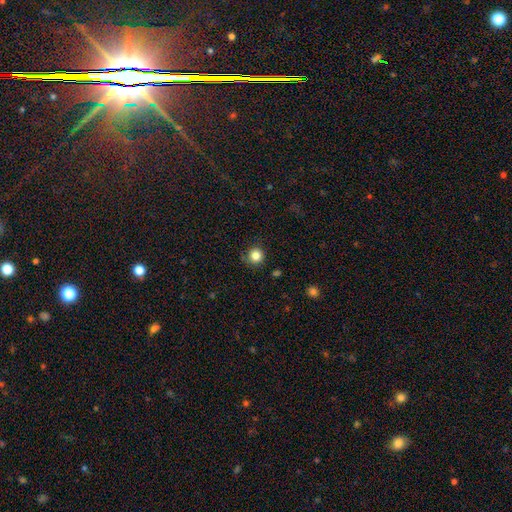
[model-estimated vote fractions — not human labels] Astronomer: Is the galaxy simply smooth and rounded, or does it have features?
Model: smooth — 84%.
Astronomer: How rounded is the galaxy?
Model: round — 94%.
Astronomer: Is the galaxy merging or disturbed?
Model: none — 86%.